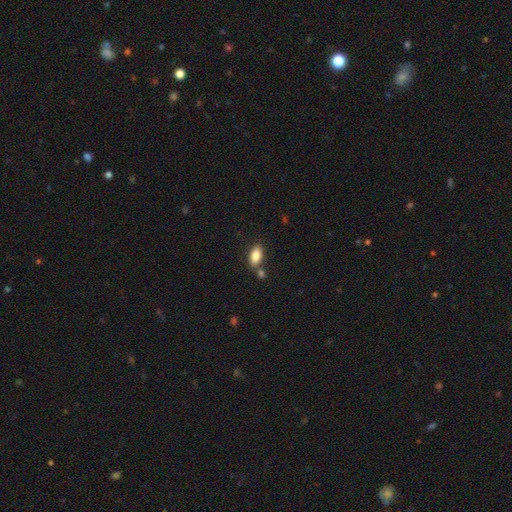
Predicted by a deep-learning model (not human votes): Smooth or featured? smooth (84%)
How rounded? in between (90%)
Merging? none (68%)